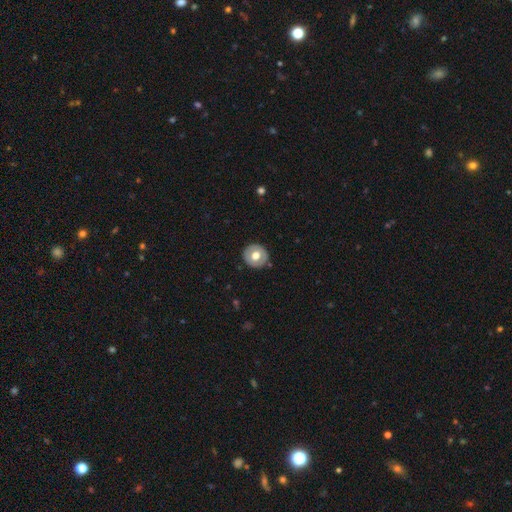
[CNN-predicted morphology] The model was most divided on "smooth or featured": smooth: 56%, featured or disk: 38%, star or artifact: 7%. More confident: merging — none (88%); how rounded — round (87%).